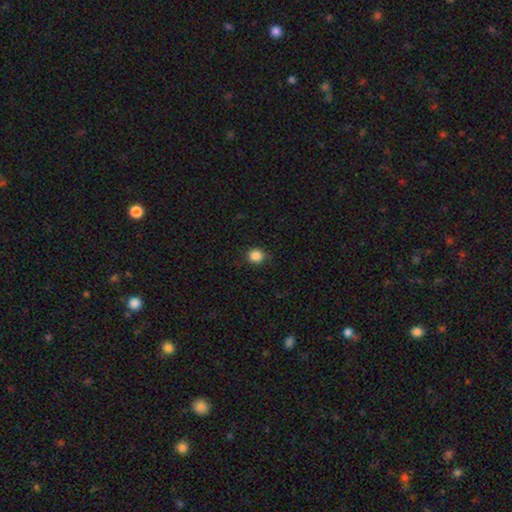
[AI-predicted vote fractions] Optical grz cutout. It shows a smooth galaxy with no disk features (86%) that is round (86%). Merging: none (85%).